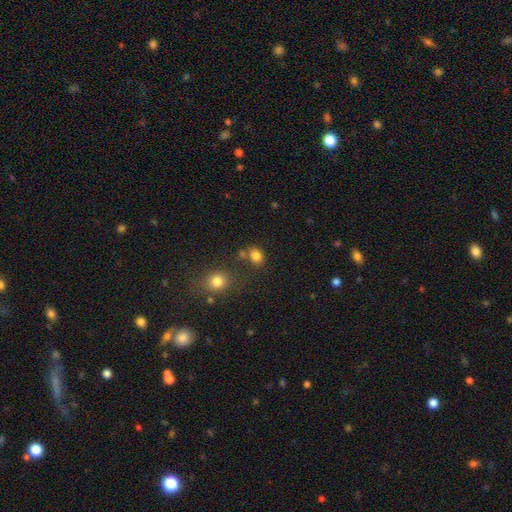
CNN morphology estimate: Smooth or featured? Predicted: smooth (p=0.81). How rounded? Predicted: round (p=0.52). Merging? Predicted: none (p=0.68).